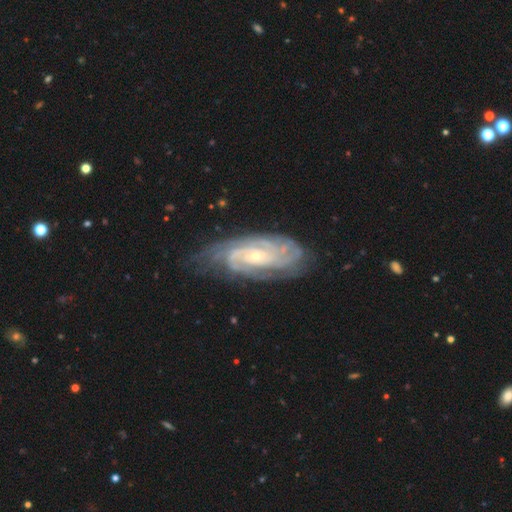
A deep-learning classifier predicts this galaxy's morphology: A featured or disk galaxy (89%) with no bar (65%), tight (75%) spiral arms (98%) and a small central bulge (74%). Merging: none (72%).